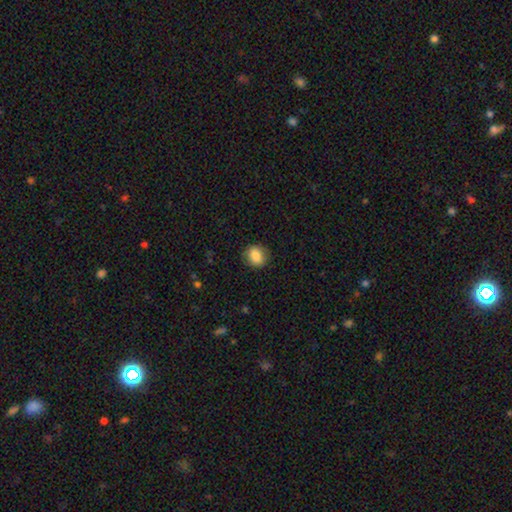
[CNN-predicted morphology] Overall: smooth (83%). How rounded: round (68%; in between 31%). Merging: none (85%).